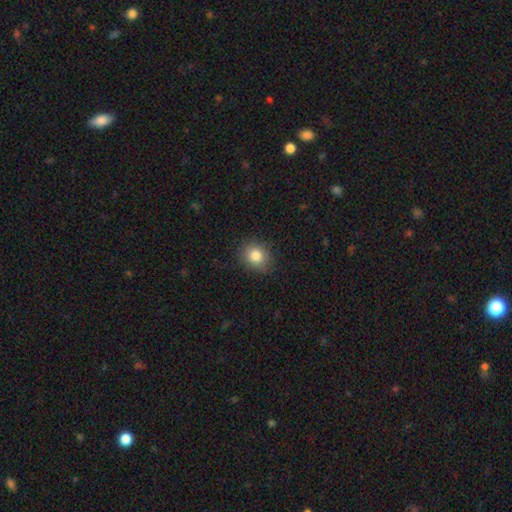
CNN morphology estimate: Smooth or featured? smooth (83%)
How rounded? round (66%)
Merging? none (85%)